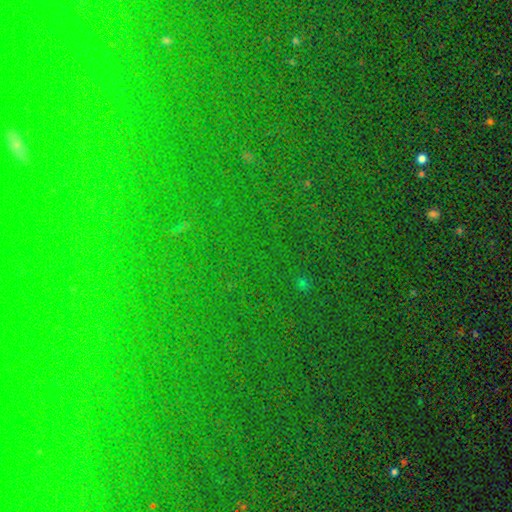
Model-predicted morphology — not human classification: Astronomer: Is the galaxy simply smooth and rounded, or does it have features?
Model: star or artifact — 81%.